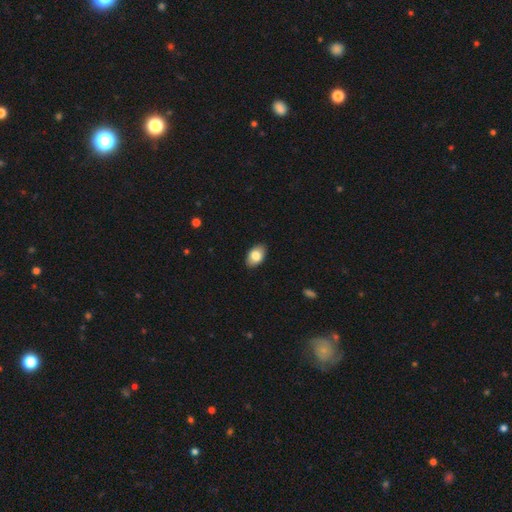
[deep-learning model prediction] Smooth or featured?
  - smooth: 82% *
  - featured or disk: 11%
  - star or artifact: 7%
How rounded?
  - in between: 91% *
  - round: 8%
  - cigar-shaped: 1%
Merging?
  - none: 88% *
  - minor disturbance: 9%
  - major disturbance: 2%
  - merger: 1%